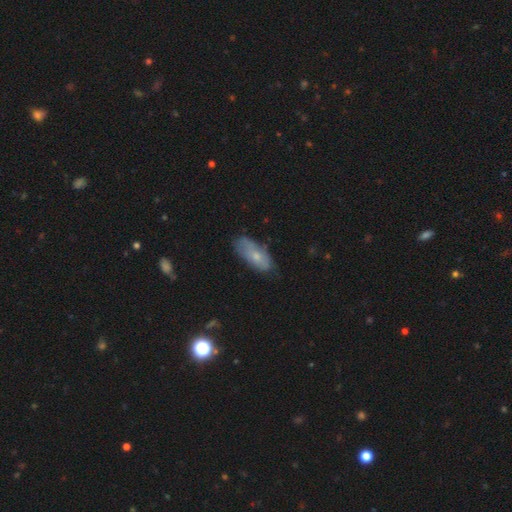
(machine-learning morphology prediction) This appears to be a smooth galaxy with no disk features (63%) that is in between round and cigar-shaped (84%). Merging: none (62%).